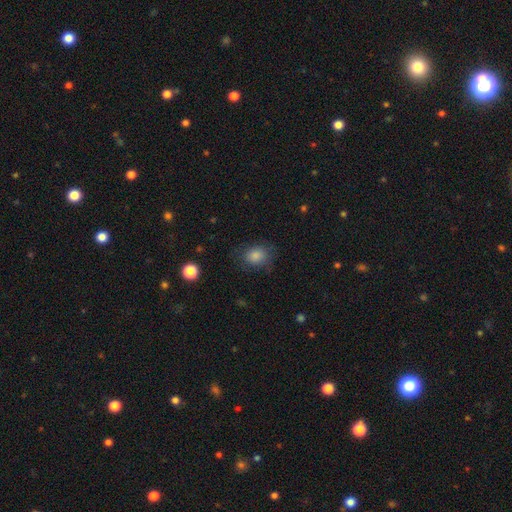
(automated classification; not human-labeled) Smooth or featured?
  - smooth: 84% *
  - star or artifact: 10%
  - featured or disk: 6%
How rounded?
  - round: 50% *
  - in between: 49%
  - cigar-shaped: 1%
Merging?
  - none: 74% *
  - minor disturbance: 18%
  - major disturbance: 7%
  - merger: 1%